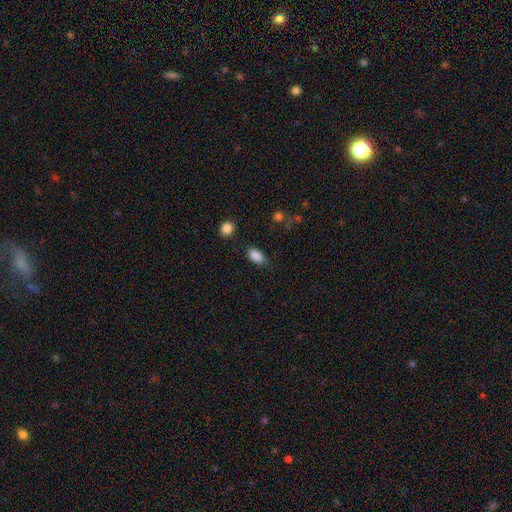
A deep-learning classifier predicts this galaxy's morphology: smooth-or-featured: smooth: 87% | star or artifact: 9% | featured or disk: 4%
  how-rounded: in between: 90% | round: 6% | cigar-shaped: 3%
  merging: none: 80% | minor disturbance: 15% | major disturbance: 4% | merger: 2%